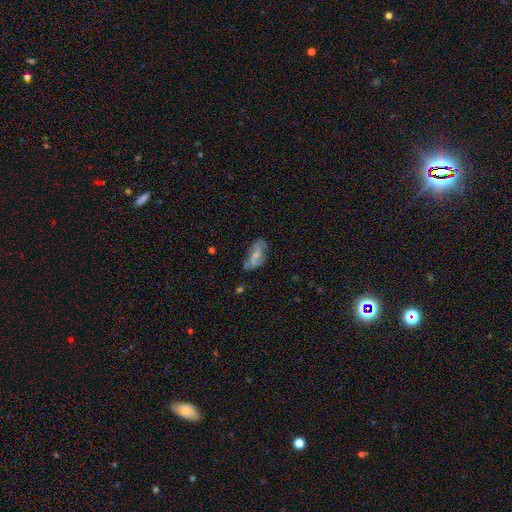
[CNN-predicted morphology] Smooth or featured? featured or disk (56%)
Edge-on disk? no (93%)
Bar? no (48%)
Spiral arms? yes (74%)
Bulge size? small (45%)
Merging? none (56%)